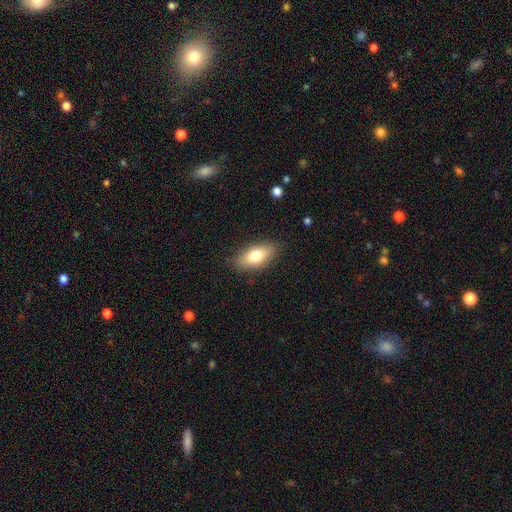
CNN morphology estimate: Q: Smooth or featured?
A: smooth (75%); runner-up: featured or disk (18%)
Q: How rounded?
A: in between (85%); runner-up: cigar-shaped (11%)
Q: Merging?
A: none (85%); runner-up: minor disturbance (11%)